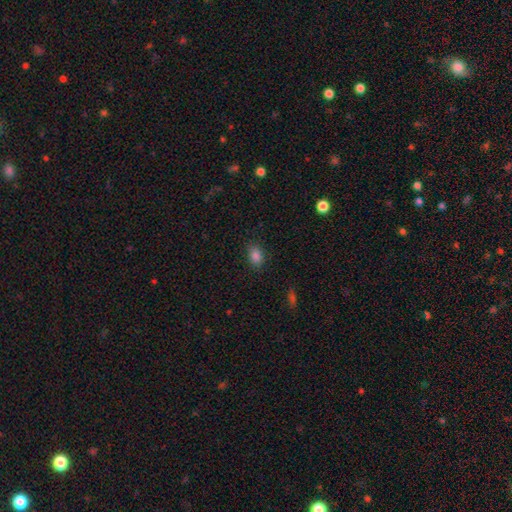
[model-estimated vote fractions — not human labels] Smooth or featured? Predicted: smooth (p=0.85). How rounded? Predicted: in between (p=0.82). Merging? Predicted: none (p=0.85).